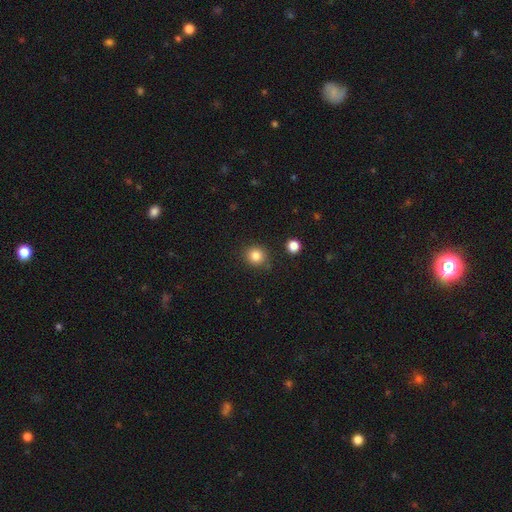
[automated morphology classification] Smooth or featured: smooth — 84% (star or artifact — 11%)
How rounded: round — 89% (in between — 10%)
Merging: none — 87% (minor disturbance — 8%)